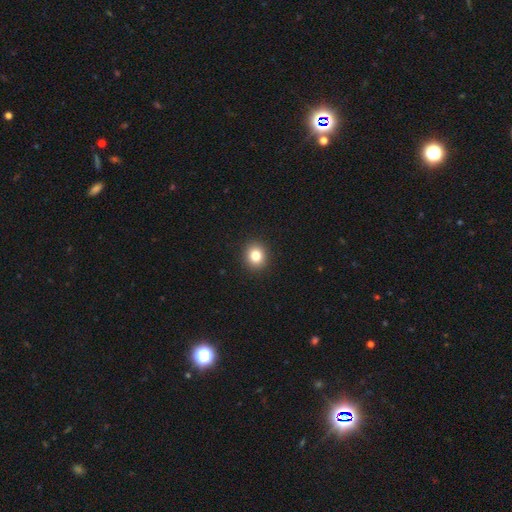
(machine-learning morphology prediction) smooth 82%, star or artifact 11%, featured or disk 7%. Down the decision tree: how rounded — round (80%); merging — none (92%).